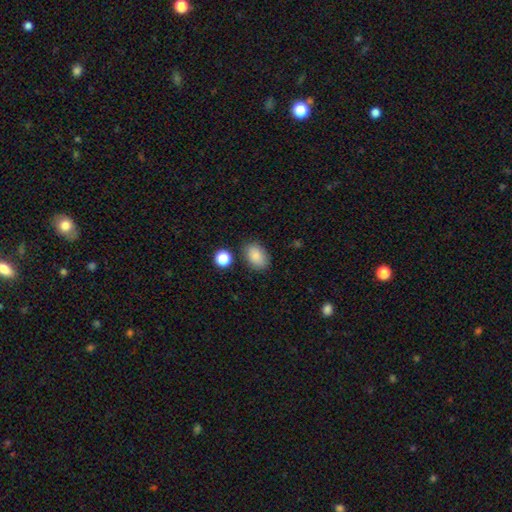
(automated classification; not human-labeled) Smooth or featured?
  - smooth: 86% *
  - star or artifact: 8%
  - featured or disk: 6%
How rounded?
  - in between: 83% *
  - round: 16%
  - cigar-shaped: 1%
Merging?
  - none: 80% *
  - minor disturbance: 13%
  - merger: 4%
  - major disturbance: 3%